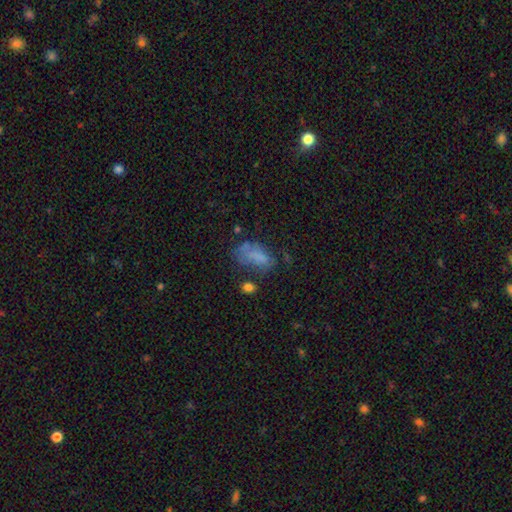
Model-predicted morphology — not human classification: A smooth galaxy with no disk features (62%) that is in between round and cigar-shaped (87%). Merging: none (37%).